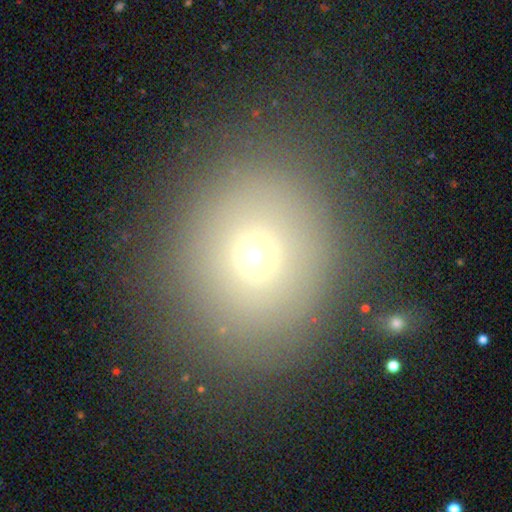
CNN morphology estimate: A smooth galaxy with no disk features (68%) that is round (74%). Merging: none (81%).